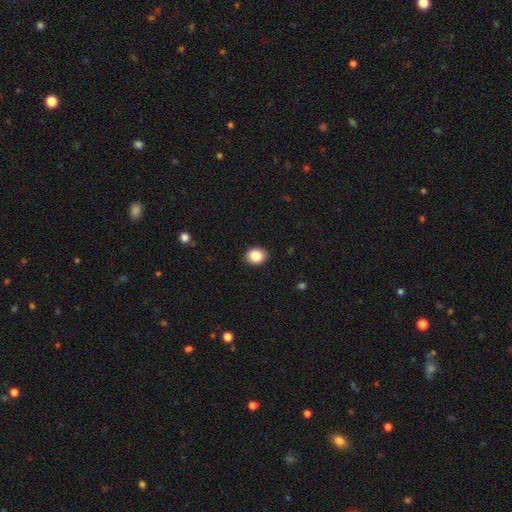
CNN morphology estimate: This is clearly a smooth galaxy (86%). How rounded: possibly round (56%). Merging: clearly none (90%).